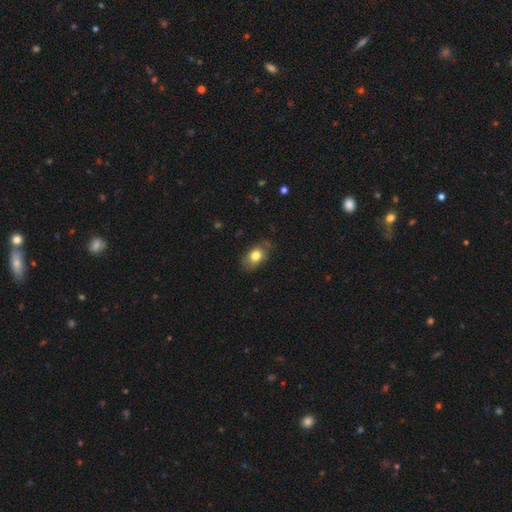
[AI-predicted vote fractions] Smooth or featured: smooth — 75% (featured or disk — 17%)
How rounded: in between — 83% (round — 15%)
Merging: none — 71% (minor disturbance — 22%)